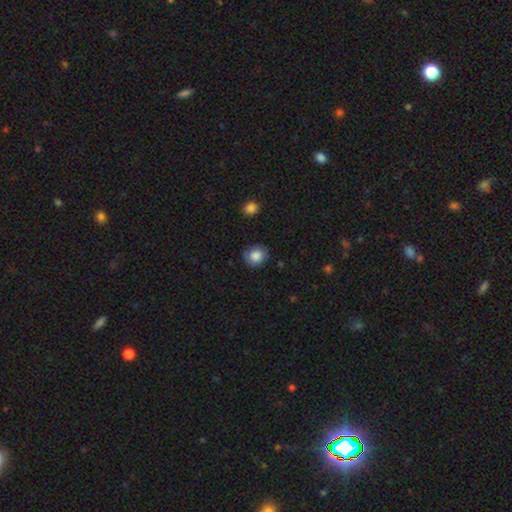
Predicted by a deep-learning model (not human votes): A smooth galaxy with no disk features (85%) that is round (82%). Merging: none (80%).